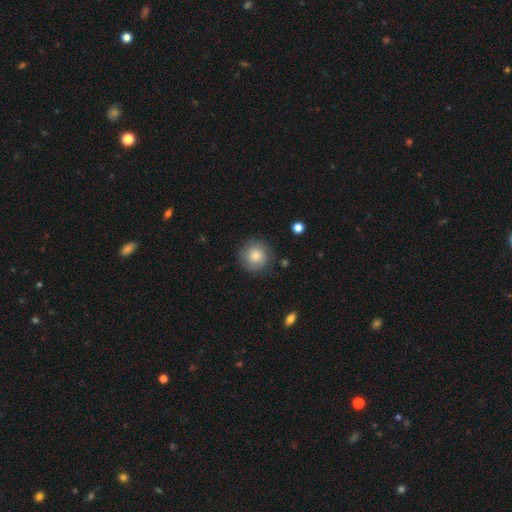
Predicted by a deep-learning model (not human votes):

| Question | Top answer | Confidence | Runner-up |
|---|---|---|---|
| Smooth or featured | smooth | 77% | featured or disk (16%) |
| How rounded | round | 94% | in between (5%) |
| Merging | none | 84% | minor disturbance (11%) |